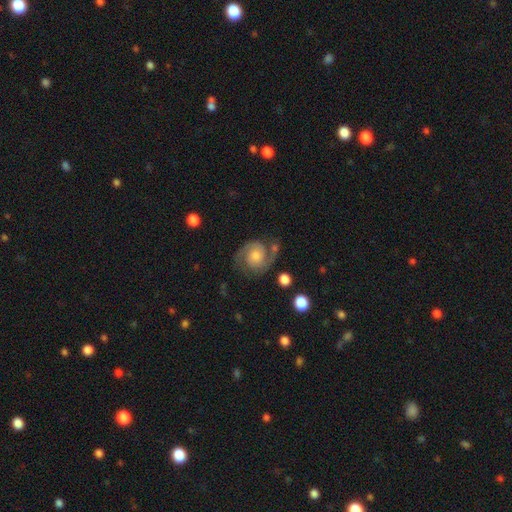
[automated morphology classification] Q: Smooth or featured?
A: featured or disk (85%); runner-up: smooth (9%)
Q: Edge-on disk?
A: no (98%); runner-up: yes (2%)
Q: Bar?
A: no (72%); runner-up: weak (24%)
Q: Spiral arms?
A: yes (97%); runner-up: no (3%)
Q: Spiral winding?
A: medium (51%); runner-up: tight (34%)
Q: Spiral arm count?
A: 2 (92%); runner-up: can't tell (3%)
Q: Bulge size?
A: moderate (47%); runner-up: small (39%)
Q: Merging?
A: none (75%); runner-up: minor disturbance (14%)